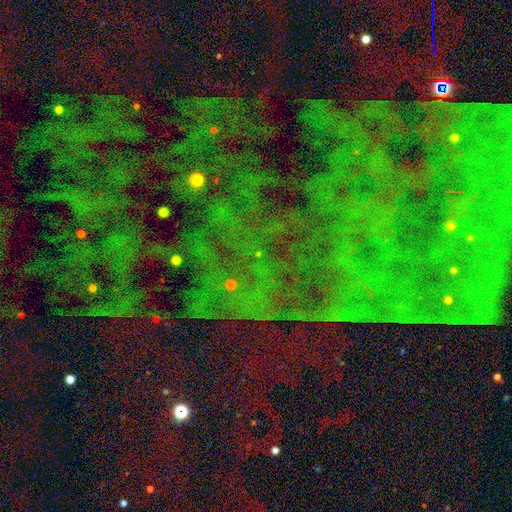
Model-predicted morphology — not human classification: Q: Smooth or featured?
A: star or artifact (83%); runner-up: smooth (9%)